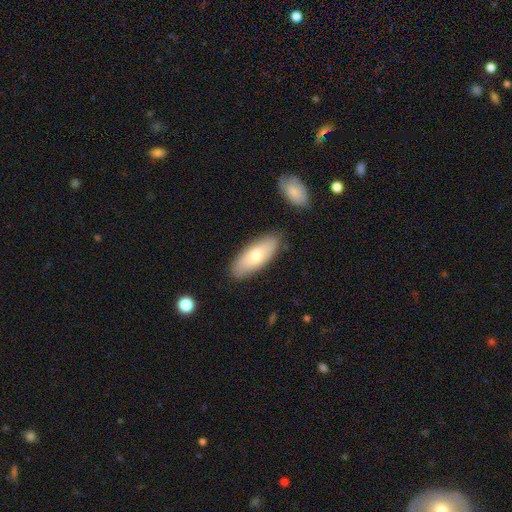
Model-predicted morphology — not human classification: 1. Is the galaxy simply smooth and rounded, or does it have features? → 72% smooth, 23% featured or disk, 6% star or artifact.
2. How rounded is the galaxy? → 80% in between, 18% cigar-shaped, 2% round.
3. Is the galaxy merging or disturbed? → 84% none, 11% minor disturbance, 2% merger, 2% major disturbance.